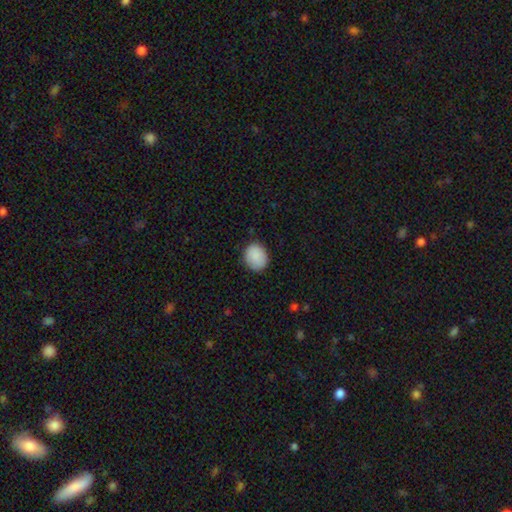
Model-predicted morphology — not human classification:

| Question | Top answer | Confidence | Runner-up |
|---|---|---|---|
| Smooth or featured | smooth | 89% | star or artifact (7%) |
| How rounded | round | 63% | in between (36%) |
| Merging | none | 83% | minor disturbance (13%) |